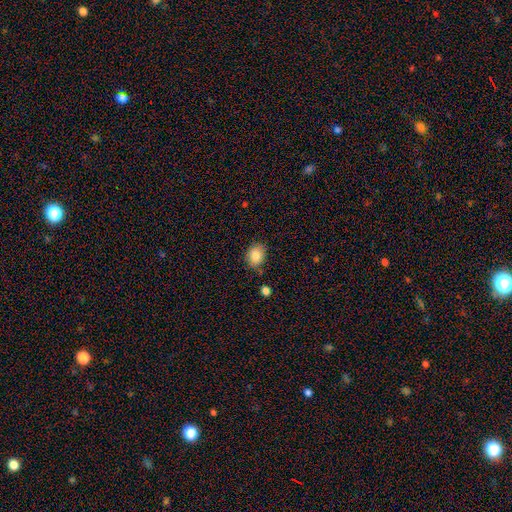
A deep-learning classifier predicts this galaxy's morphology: Q: Smooth or featured?
A: smooth (84%); runner-up: star or artifact (8%)
Q: How rounded?
A: in between (62%); runner-up: round (37%)
Q: Merging?
A: none (77%); runner-up: minor disturbance (17%)